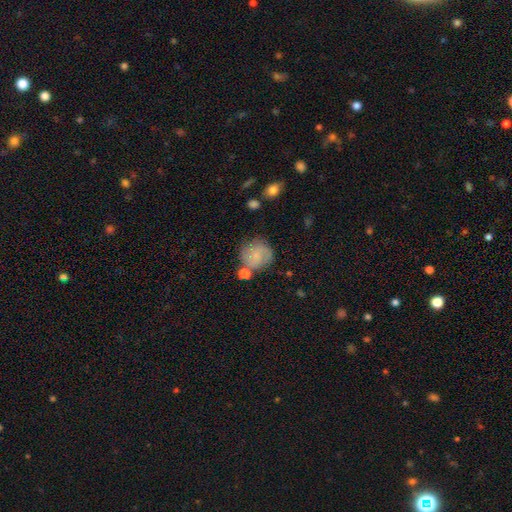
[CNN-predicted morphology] Smooth or featured? smooth (67%)
How rounded? round (86%)
Merging? none (61%)